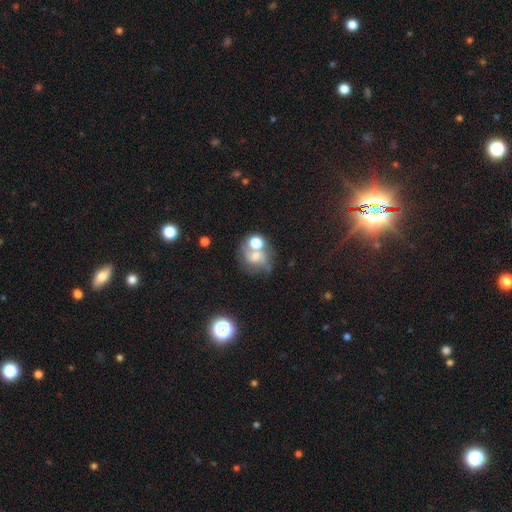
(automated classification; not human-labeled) smooth-or-featured: smooth: 48% | featured or disk: 38% | star or artifact: 14%
  merging: merger: 43% | none: 32% | minor disturbance: 13% | major disturbance: 12%